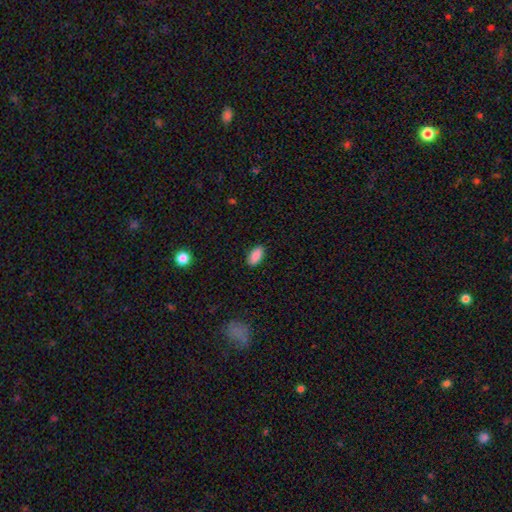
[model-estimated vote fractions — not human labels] A smooth galaxy with no disk features (89%) that is in between round and cigar-shaped (91%).

Vote fractions:
- Smooth or featured? smooth: 89% / star or artifact: 7% / featured or disk: 4%
- How rounded? in between: 91% / cigar-shaped: 6% / round: 3%
- Merging? none: 87% / minor disturbance: 10% / major disturbance: 2% / merger: 1%